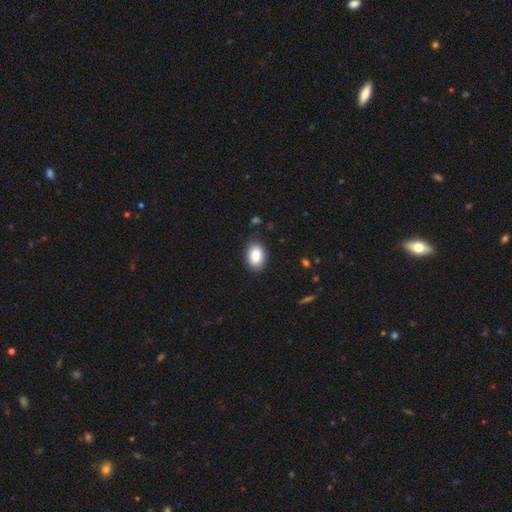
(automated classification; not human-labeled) smooth 85%, star or artifact 7%, featured or disk 7%. Down the decision tree: how rounded — in between (86%); merging — none (86%).